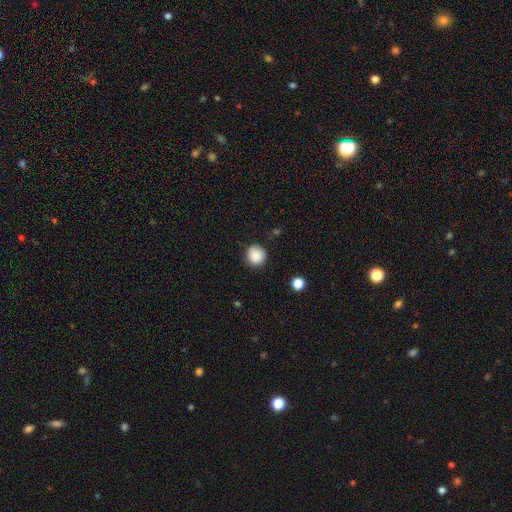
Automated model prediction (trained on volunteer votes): Smooth or featured? smooth (87%)
How rounded? round (93%)
Merging? none (86%)